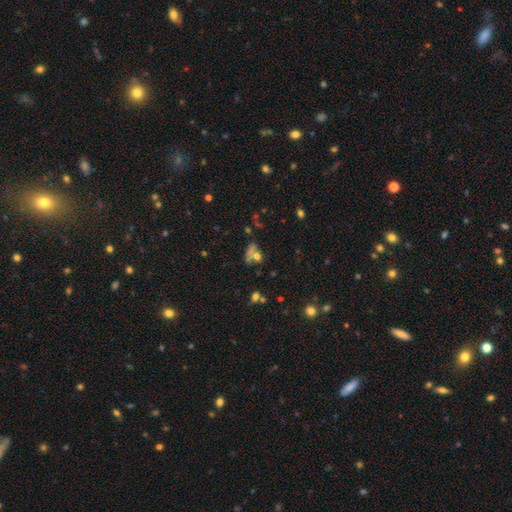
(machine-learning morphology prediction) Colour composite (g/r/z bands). It shows a smooth galaxy with no disk features (58%) that is in between round and cigar-shaped (51%). Merging: none (34%, tied with merger).